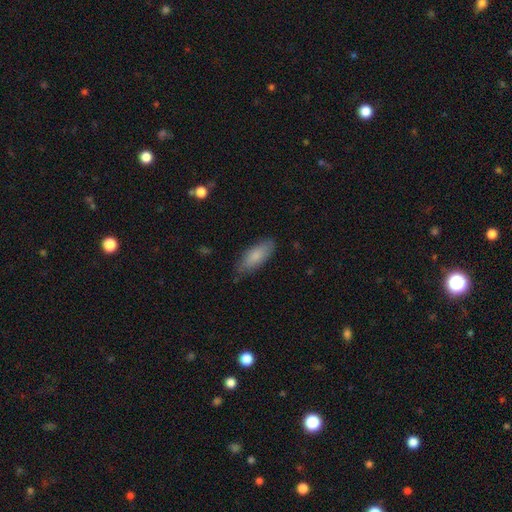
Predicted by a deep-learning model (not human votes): Smooth or featured? smooth (81%)
How rounded? in between (73%)
Merging? none (78%)